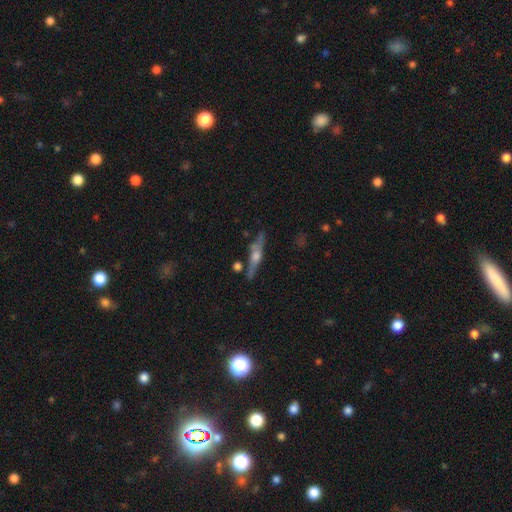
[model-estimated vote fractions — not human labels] The model was most divided on "smooth or featured": featured or disk: 71%, smooth: 22%, star or artifact: 7%. More confident: edge-on disk — yes (94%); edge-on bulge — rounded (89%); merging — none (78%).